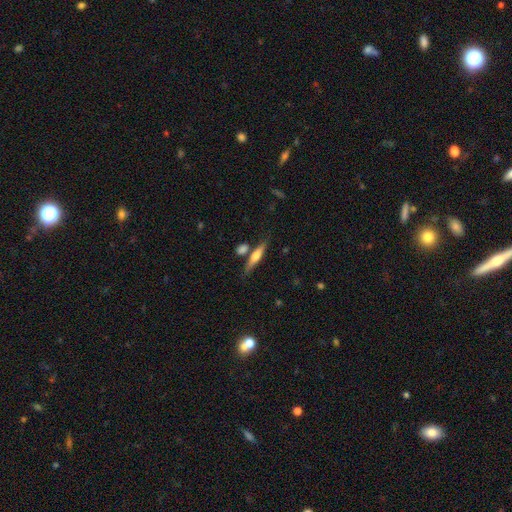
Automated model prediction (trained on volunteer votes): Smooth or featured: smooth — 49% (featured or disk — 44%)
Merging: none — 71% (merger — 13%)